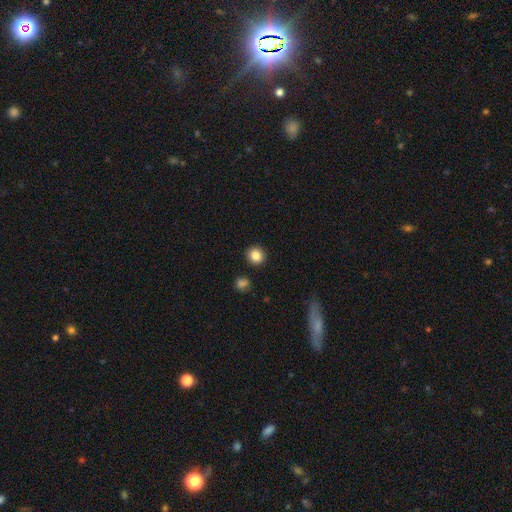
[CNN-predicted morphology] Q: Smooth or featured?
A: smooth (85%); runner-up: star or artifact (10%)
Q: How rounded?
A: round (90%); runner-up: in between (9%)
Q: Merging?
A: none (90%); runner-up: minor disturbance (6%)